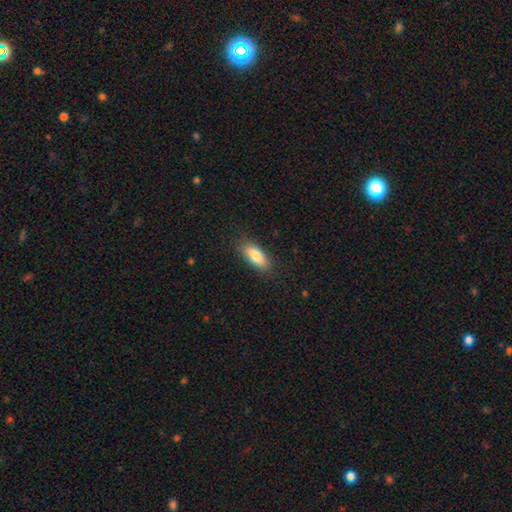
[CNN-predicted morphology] smooth-or-featured: smooth: 83% | featured or disk: 10% | star or artifact: 7%
  how-rounded: in between: 81% | cigar-shaped: 16% | round: 2%
  merging: none: 86% | minor disturbance: 11% | major disturbance: 3% | merger: 1%